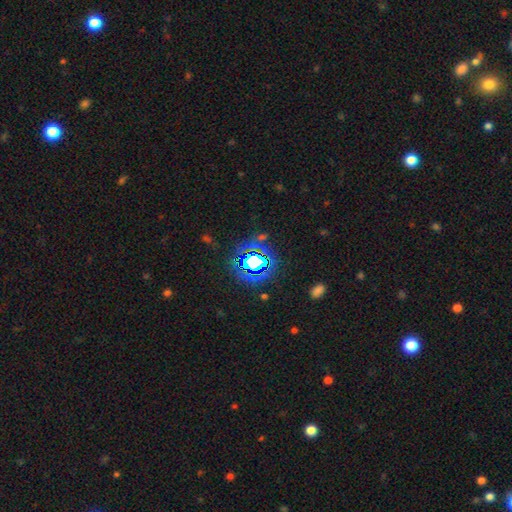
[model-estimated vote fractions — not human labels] Smooth or featured? Predicted: star or artifact (p=0.75).